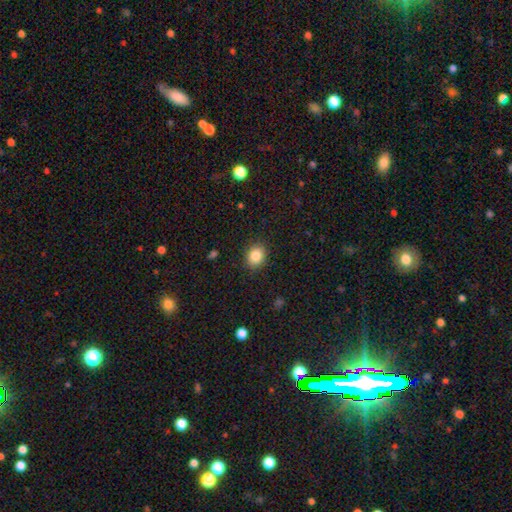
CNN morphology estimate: Smooth or featured? smooth (85%)
How rounded? round (60%)
Merging? none (88%)